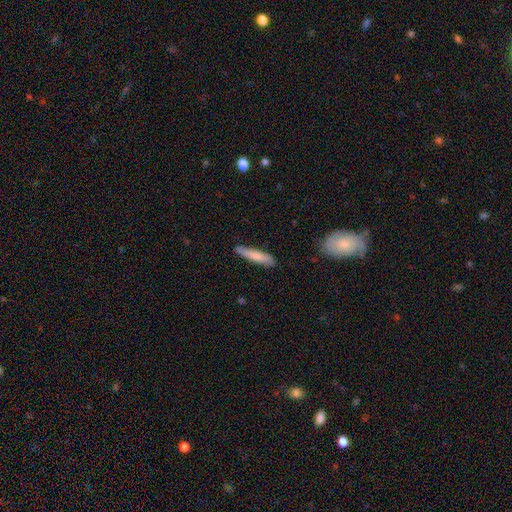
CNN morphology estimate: Smooth or featured?
  - smooth: 73% *
  - featured or disk: 21%
  - star or artifact: 5%
How rounded?
  - cigar-shaped: 90% *
  - in between: 9%
  - round: 1%
Merging?
  - none: 85% *
  - minor disturbance: 12%
  - major disturbance: 2%
  - merger: 1%